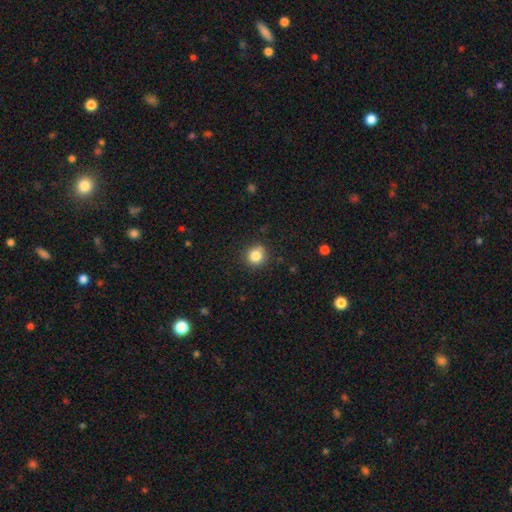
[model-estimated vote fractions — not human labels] smooth 83%, star or artifact 11%, featured or disk 5%. Down the decision tree: how rounded — round (92%); merging — none (86%).